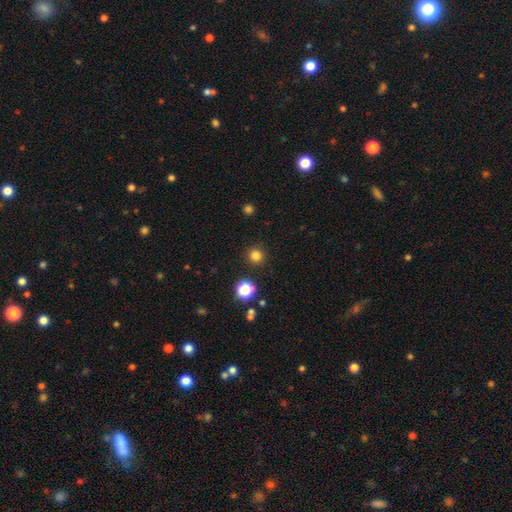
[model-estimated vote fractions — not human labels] Morphology: type=smooth (81%); roundness=round (93%); merging=none (91%).